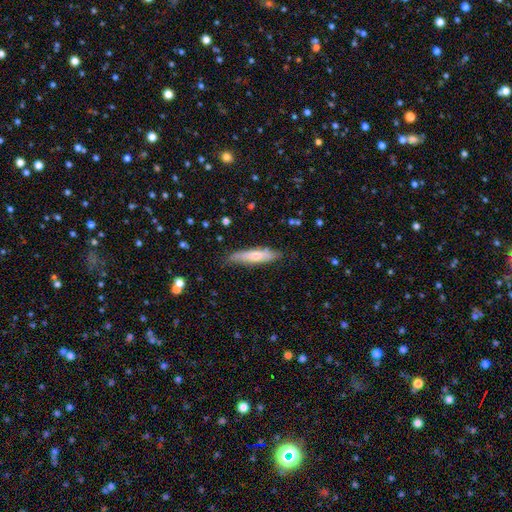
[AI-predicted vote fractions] smooth 68%, featured or disk 27%, star or artifact 6%. Down the decision tree: how rounded — cigar-shaped (78%); merging — none (79%).